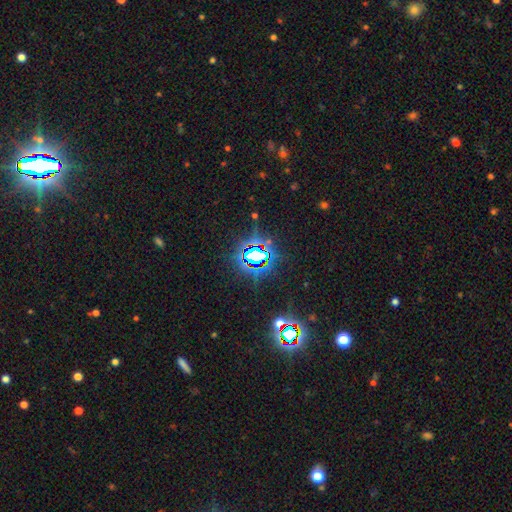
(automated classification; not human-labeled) Smooth or featured?
  - star or artifact: 79% *
  - smooth: 11%
  - featured or disk: 10%